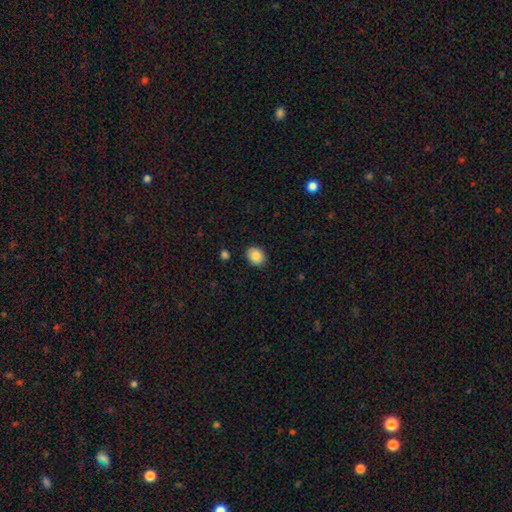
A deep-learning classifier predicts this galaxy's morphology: Overall: smooth (85%). How rounded: round (54%; in between 45%). Merging: none (89%).